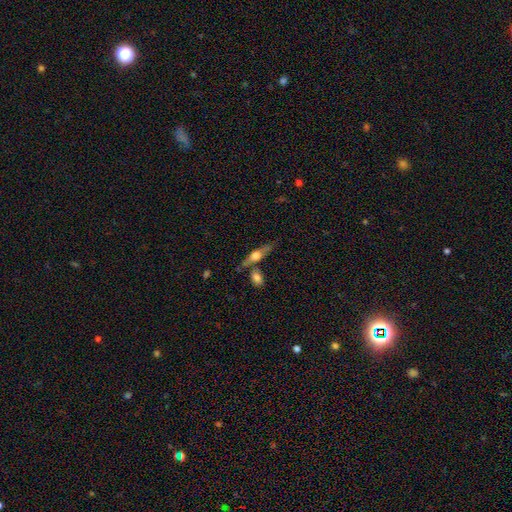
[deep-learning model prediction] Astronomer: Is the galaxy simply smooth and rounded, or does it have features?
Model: featured or disk — 56% (runner-up: smooth, 37%).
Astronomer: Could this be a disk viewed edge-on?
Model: yes — 90%.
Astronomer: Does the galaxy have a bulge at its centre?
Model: rounded — 92%.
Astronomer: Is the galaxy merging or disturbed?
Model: none — 63%.